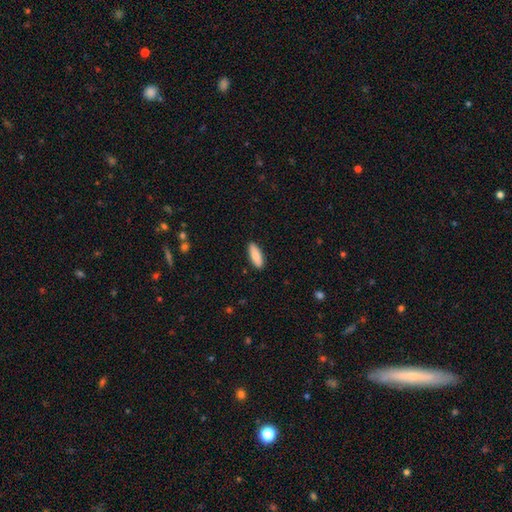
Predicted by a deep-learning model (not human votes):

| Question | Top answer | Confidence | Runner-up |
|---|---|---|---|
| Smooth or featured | smooth | 84% | featured or disk (11%) |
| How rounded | in between | 63% | cigar-shaped (35%) |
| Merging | none | 89% | minor disturbance (8%) |